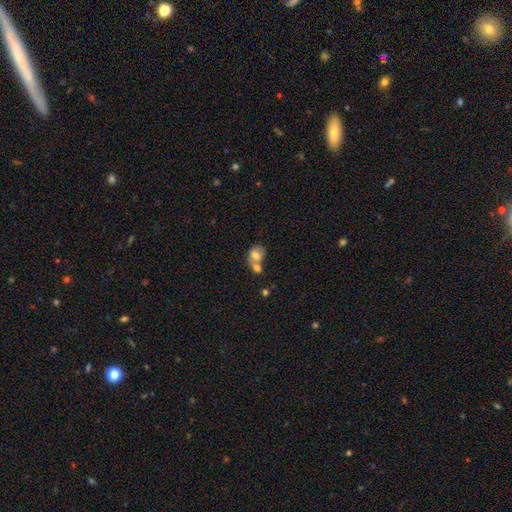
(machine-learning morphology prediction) type=smooth (71%); roundness=in between (50%); merging=merger (59%).